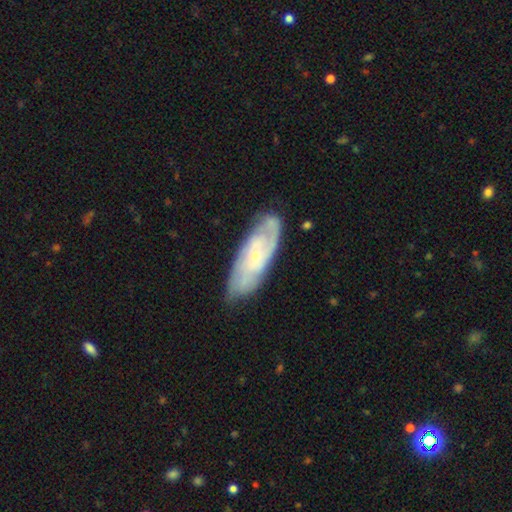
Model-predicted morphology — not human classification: Smooth or featured: featured or disk — 74% (smooth — 20%)
Edge-on disk: no — 88% (yes — 12%)
Bar: no — 71% (weak — 24%)
Spiral arms: yes — 88% (no — 12%)
Spiral winding: tight — 57% (medium — 33%)
Spiral arm count: can't tell — 42% (2 — 34%)
Bulge size: small — 74% (moderate — 22%)
Merging: none — 76% (minor disturbance — 18%)